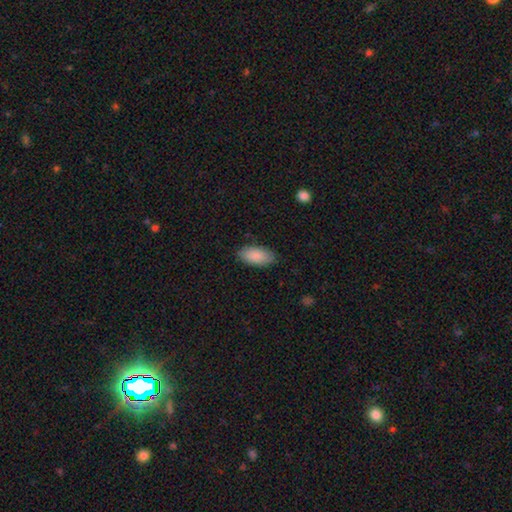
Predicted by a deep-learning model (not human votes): Overall: smooth (88%). How rounded: in between (93%). Merging: none (85%).